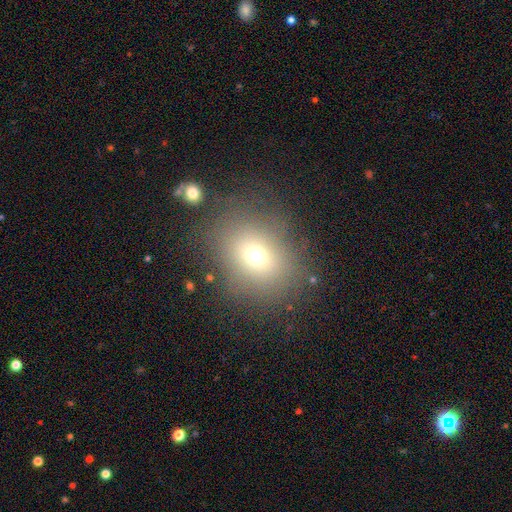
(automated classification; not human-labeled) Smooth or featured? smooth (66%)
How rounded? round (60%)
Merging? none (77%)